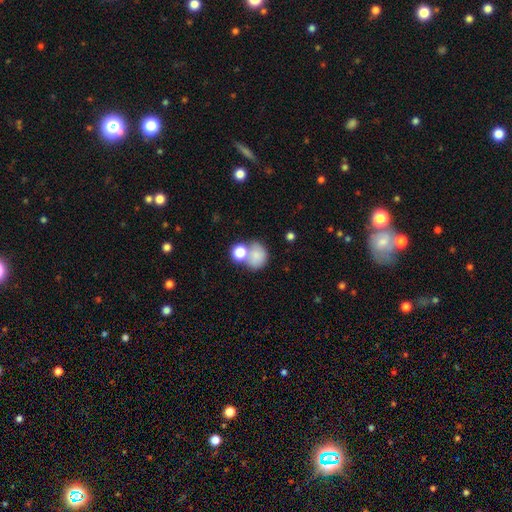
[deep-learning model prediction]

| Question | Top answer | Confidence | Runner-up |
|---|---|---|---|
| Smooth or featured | smooth | 78% | featured or disk (12%) |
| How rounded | round | 67% | in between (32%) |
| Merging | merger | 43% | none (37%) |